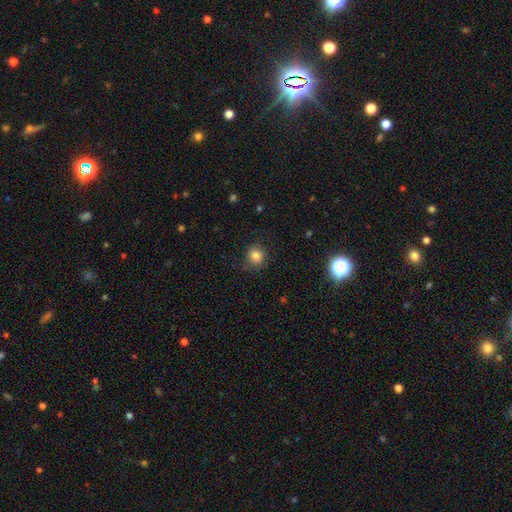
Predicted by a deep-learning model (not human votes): This appears to be a smooth galaxy with no disk features (82%) that is round (85%). Merging: none (80%).